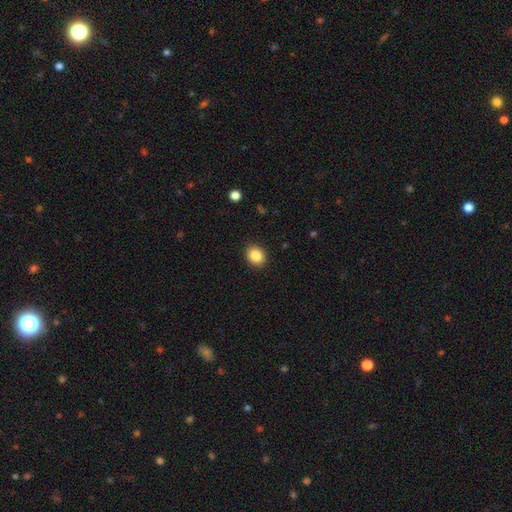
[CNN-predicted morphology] smooth_or_featured: smooth (p=0.87) [alt: star or artifact p=0.09]
how_rounded: round (p=0.64) [alt: in between p=0.35]
merging: none (p=0.90) [alt: minor disturbance p=0.07]